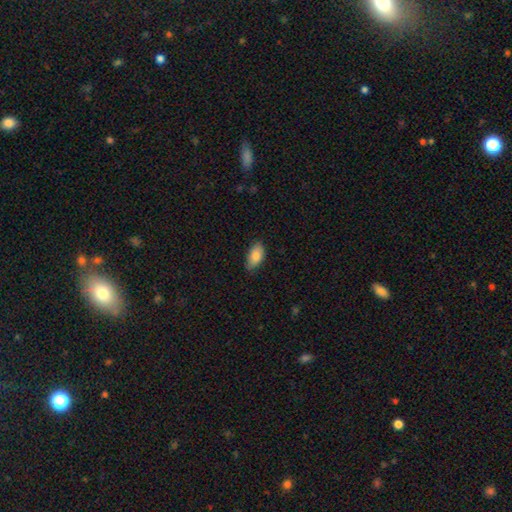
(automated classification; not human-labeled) Smooth or featured?
  - smooth: 84% *
  - featured or disk: 10%
  - star or artifact: 7%
How rounded?
  - in between: 92% *
  - cigar-shaped: 4%
  - round: 3%
Merging?
  - none: 78% *
  - minor disturbance: 19%
  - major disturbance: 3%
  - merger: 1%